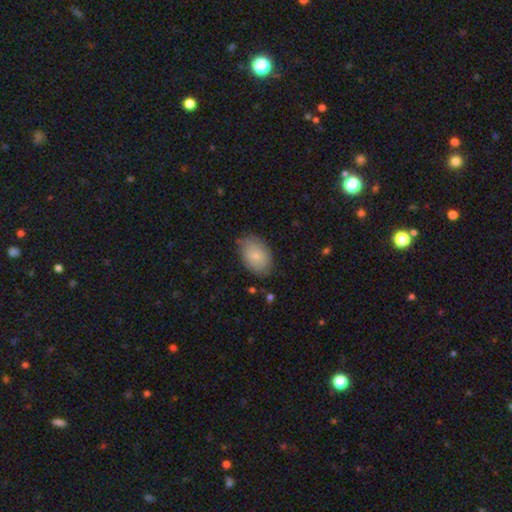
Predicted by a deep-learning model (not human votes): The model was most divided on "merging": none: 75%, minor disturbance: 20%, major disturbance: 4%, merger: 1%. More confident: how rounded — in between (87%); smooth or featured — smooth (77%).